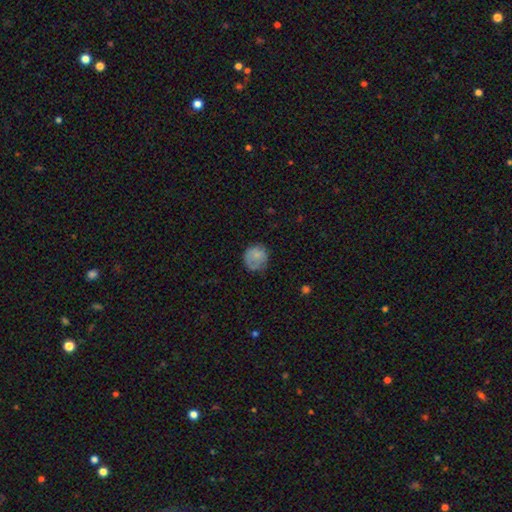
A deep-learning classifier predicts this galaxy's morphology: Q: Smooth or featured?
A: smooth (75%); runner-up: featured or disk (16%)
Q: How rounded?
A: round (85%); runner-up: in between (14%)
Q: Merging?
A: none (67%); runner-up: minor disturbance (23%)